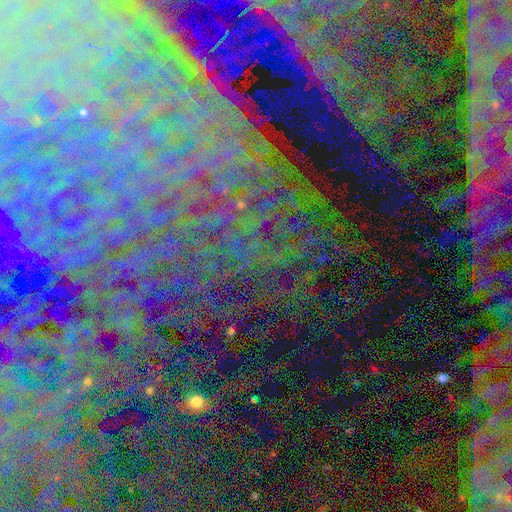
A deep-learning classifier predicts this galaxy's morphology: Smooth or featured?
  - star or artifact: 75% *
  - featured or disk: 15%
  - smooth: 10%